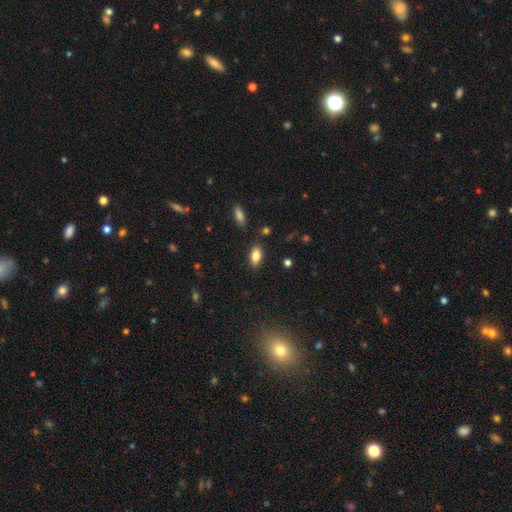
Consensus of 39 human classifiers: Volunteers were most divided on "merging": none: 76%, minor disturbance: 19%, major disturbance: 3%, merger: 3%. More confident: smooth or featured — smooth (90%); how rounded — in between (86%).